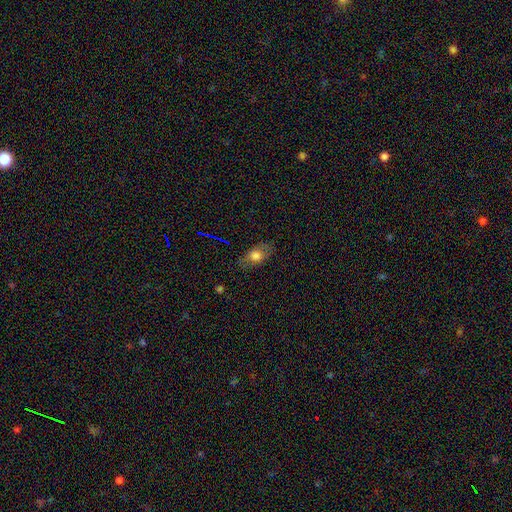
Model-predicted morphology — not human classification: Q: Smooth or featured?
A: smooth (67%); runner-up: featured or disk (23%)
Q: How rounded?
A: in between (85%); runner-up: round (10%)
Q: Merging?
A: none (76%); runner-up: minor disturbance (18%)